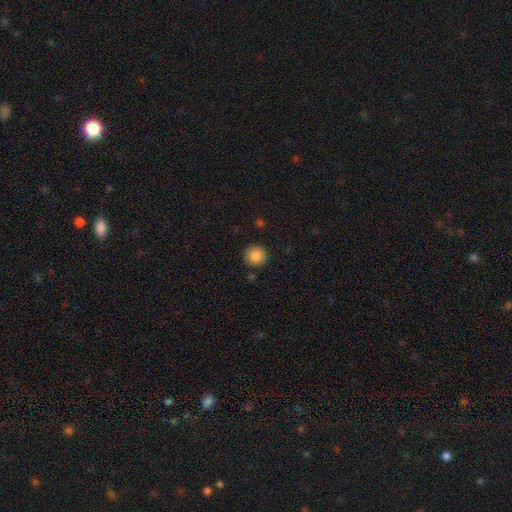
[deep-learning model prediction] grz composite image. It shows a smooth galaxy with no disk features (86%) that is round (93%). Merging: none (89%).